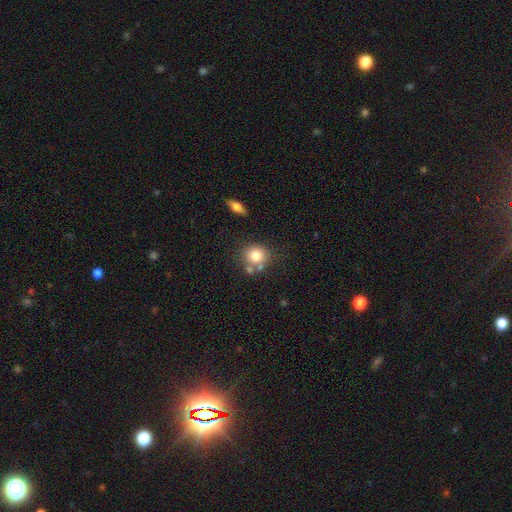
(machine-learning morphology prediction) This is likely a smooth galaxy (78%). How rounded: clearly round (82%). Merging: likely none (62%).